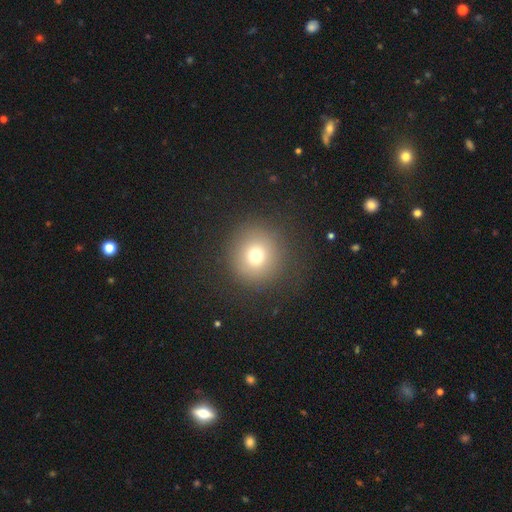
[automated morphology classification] This is likely a smooth galaxy (73%). How rounded: clearly round (94%). Merging: clearly none (86%).